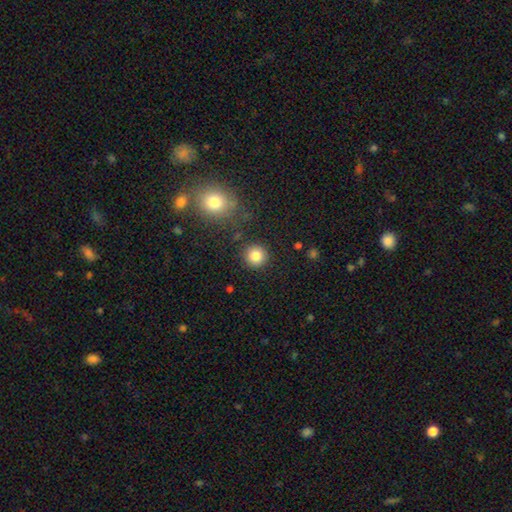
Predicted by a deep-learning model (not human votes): Morphology: type=smooth (84%); roundness=round (94%); merging=none (89%).